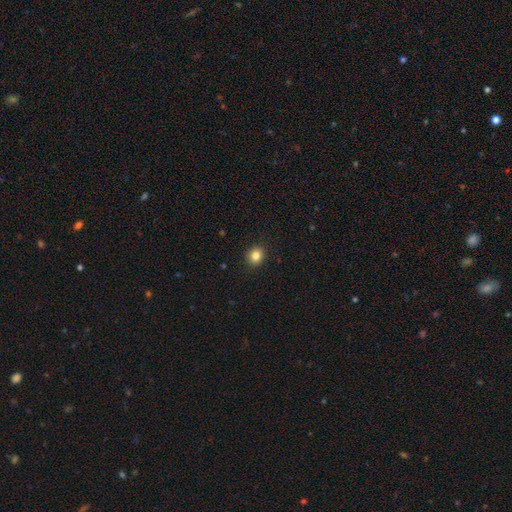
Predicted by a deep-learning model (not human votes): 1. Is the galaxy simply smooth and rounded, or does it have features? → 84% smooth, 11% star or artifact, 5% featured or disk.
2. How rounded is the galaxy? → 73% round, 26% in between, 1% cigar-shaped.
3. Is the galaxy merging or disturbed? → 91% none, 6% minor disturbance, 2% major disturbance, 1% merger.